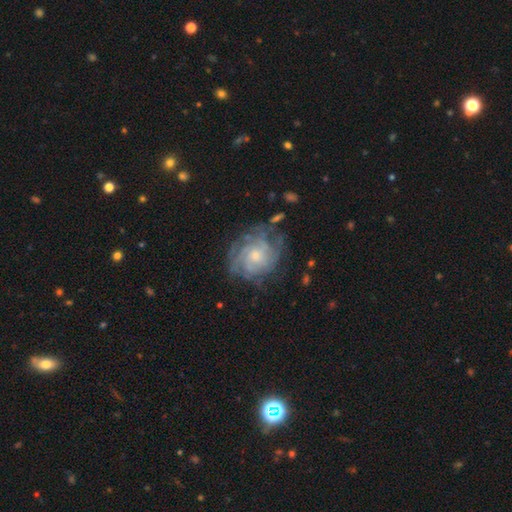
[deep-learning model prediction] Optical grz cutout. It shows a featured or disk galaxy (78%) with no bar (75%), tight (66%) spiral arms (89%) and a small central bulge (49%). Merging: none (68%).